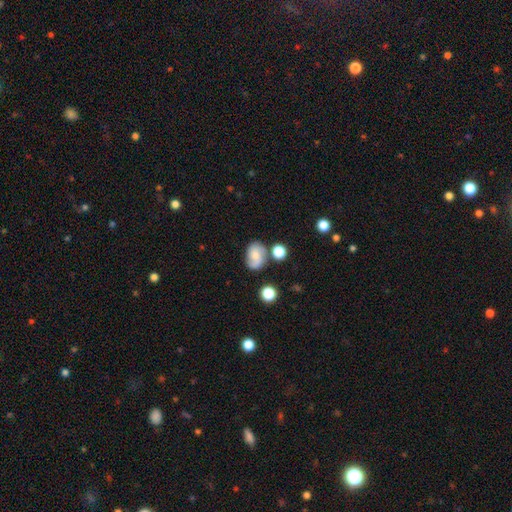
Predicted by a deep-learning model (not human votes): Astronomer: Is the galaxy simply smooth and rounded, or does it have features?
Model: smooth — 45% (runner-up: featured or disk, 44%).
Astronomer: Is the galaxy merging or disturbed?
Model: none — 58%.